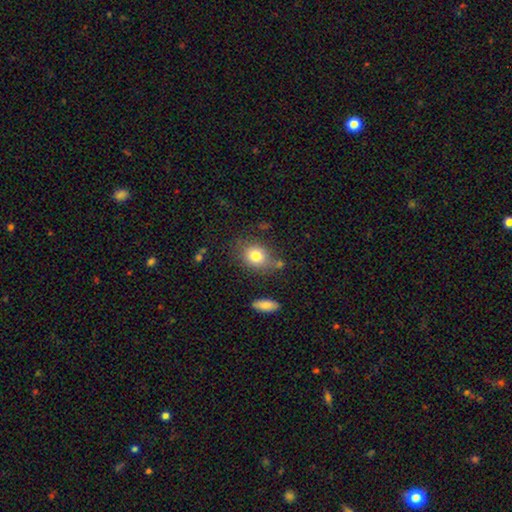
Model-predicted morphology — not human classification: smooth 80%, featured or disk 10%, star or artifact 10%. Down the decision tree: how rounded — in between (49%, tied with round); merging — none (69%).